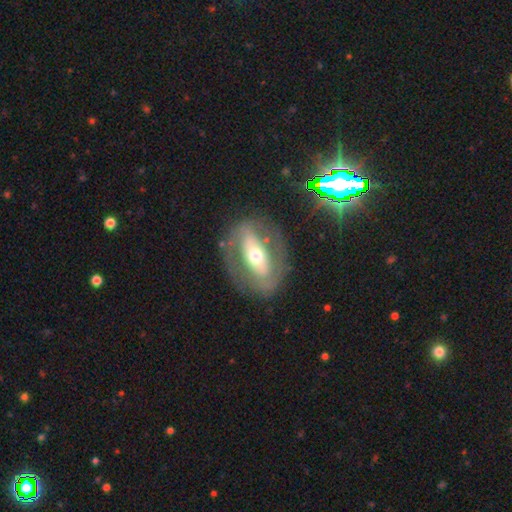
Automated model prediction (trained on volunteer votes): featured or disk 66%, smooth 28%, star or artifact 6%. Down the decision tree: edge-on disk — no (86%); bar — strong (48%); spiral arms — no (69%); bulge size — moderate (64%); merging — none (75%).